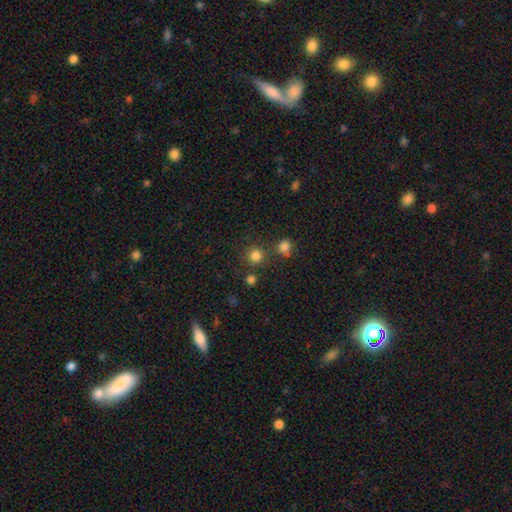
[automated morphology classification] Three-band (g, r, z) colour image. It shows a smooth galaxy with no disk features (80%) that is round (92%). Merging: none (76%).